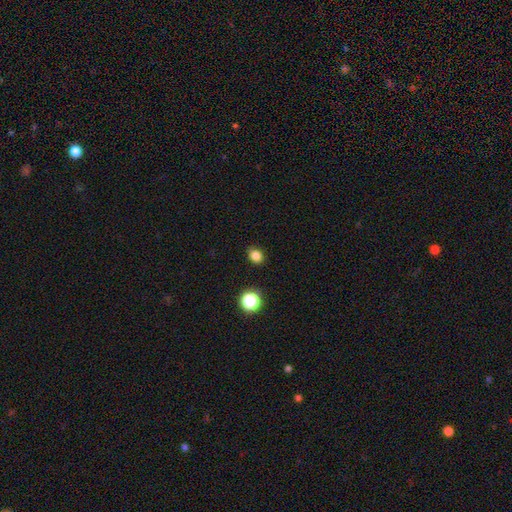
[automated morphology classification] Smooth or featured: smooth — 82% (star or artifact — 14%)
How rounded: round — 53% (in between — 46%)
Merging: none — 88% (minor disturbance — 8%)